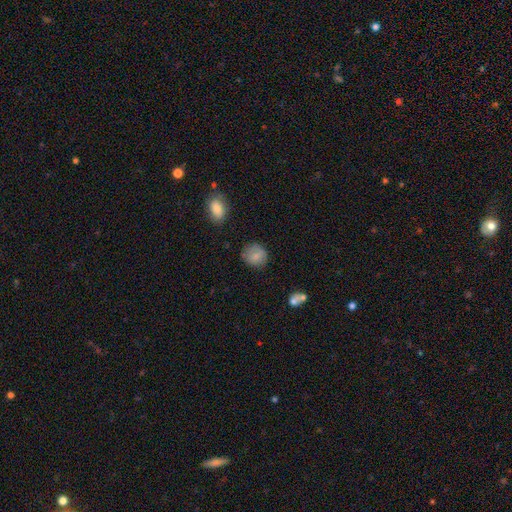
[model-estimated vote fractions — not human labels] The model was most divided on "how rounded": round: 78%, in between: 21%, cigar-shaped: 1%. More confident: smooth or featured — smooth (81%); merging — none (75%).